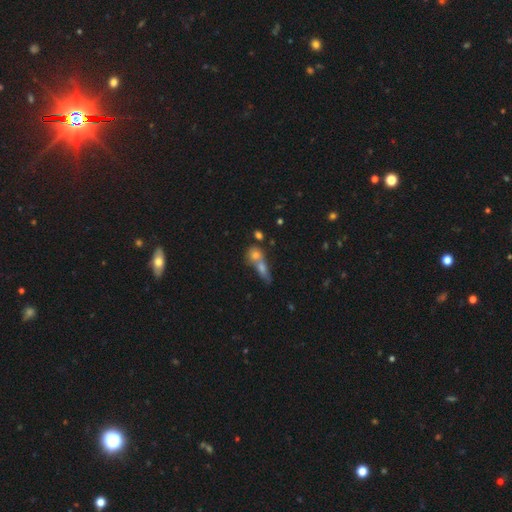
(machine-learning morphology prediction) Smooth or featured? Predicted: smooth (p=0.60). How rounded? Predicted: round (p=0.53). Merging? Predicted: merger (p=0.58).